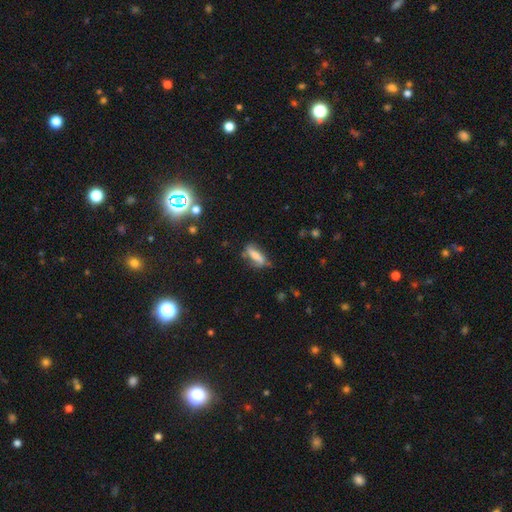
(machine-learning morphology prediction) type=smooth (63%); roundness=in between (49%); merging=none (60%).